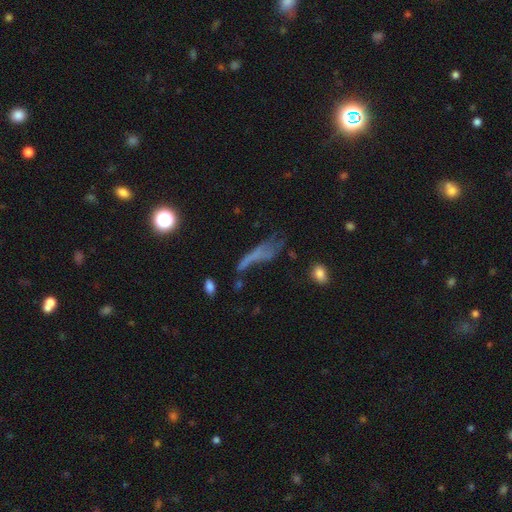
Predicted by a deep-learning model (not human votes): Smooth or featured?
  - smooth: 42% *
  - featured or disk: 34%
  - star or artifact: 23%
Merging?
  - major disturbance: 37% *
  - none: 32%
  - minor disturbance: 19%
  - merger: 12%